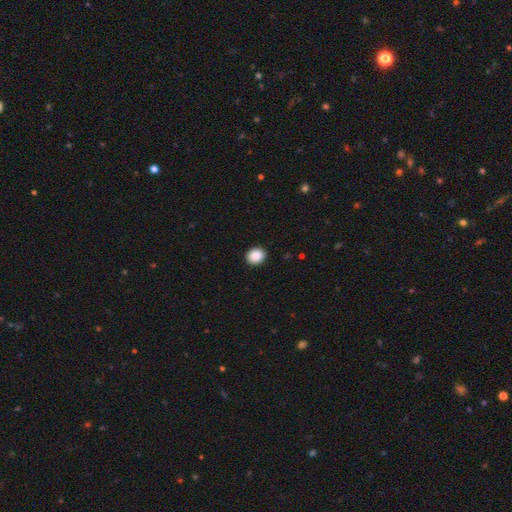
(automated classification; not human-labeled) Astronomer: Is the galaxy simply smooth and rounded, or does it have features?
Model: smooth — 89%.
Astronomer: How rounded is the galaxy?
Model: round — 65%.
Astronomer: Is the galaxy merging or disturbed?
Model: none — 92%.